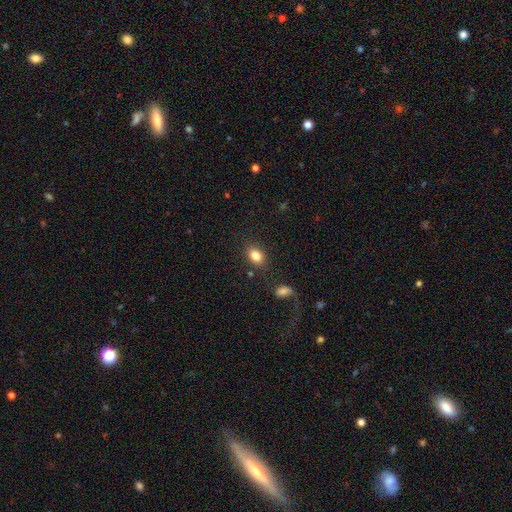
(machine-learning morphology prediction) Smooth or featured? Predicted: smooth (p=0.83). How rounded? Predicted: in between (p=0.76). Merging? Predicted: none (p=0.80).